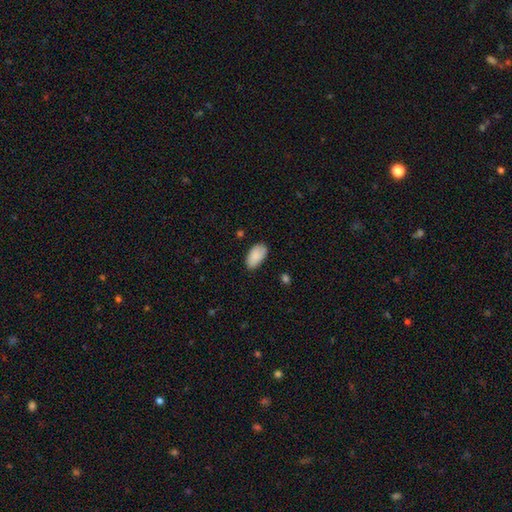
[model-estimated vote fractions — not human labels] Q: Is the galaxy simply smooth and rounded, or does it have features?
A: smooth — 89%.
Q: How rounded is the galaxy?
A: in between — 95%.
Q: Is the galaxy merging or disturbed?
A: none — 80%.